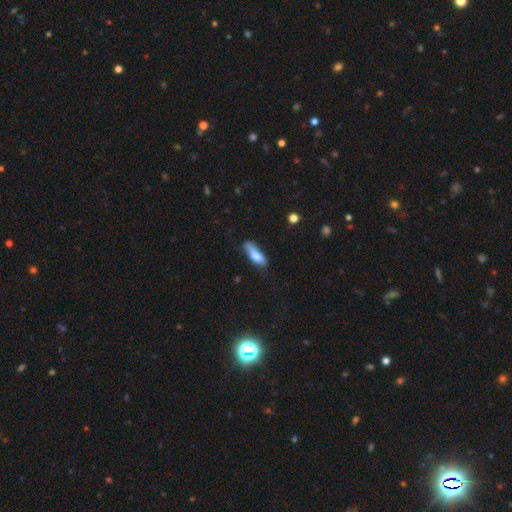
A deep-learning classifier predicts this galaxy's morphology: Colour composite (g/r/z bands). It shows a smooth galaxy with no disk features (77%) that is in between round and cigar-shaped (51%). Merging: none (55%).